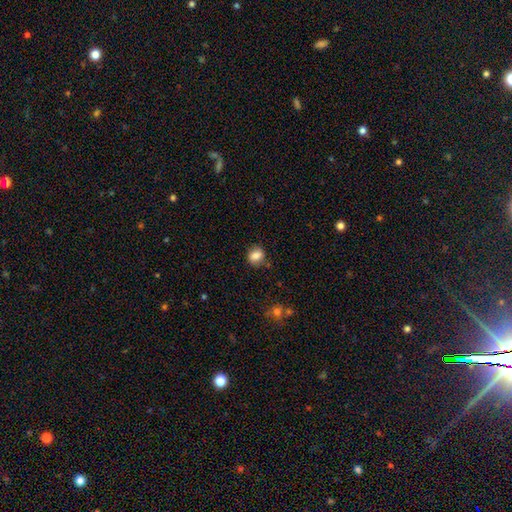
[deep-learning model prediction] Smooth or featured? Predicted: smooth (p=0.83). How rounded? Predicted: round (p=0.59). Merging? Predicted: none (p=0.80).